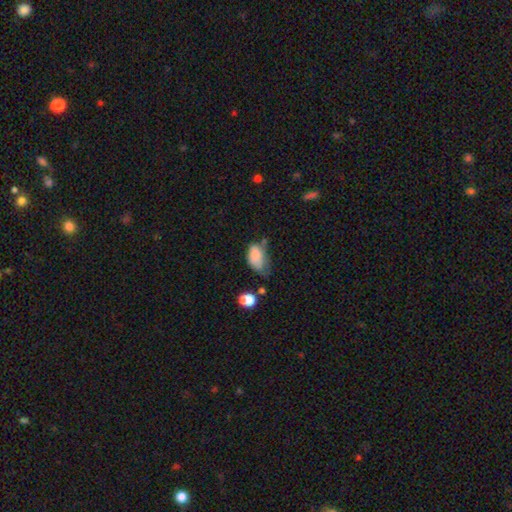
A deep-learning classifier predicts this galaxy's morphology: Smooth or featured: smooth — 77% (featured or disk — 14%)
How rounded: in between — 89% (round — 9%)
Merging: minor disturbance — 40% (major disturbance — 28%)